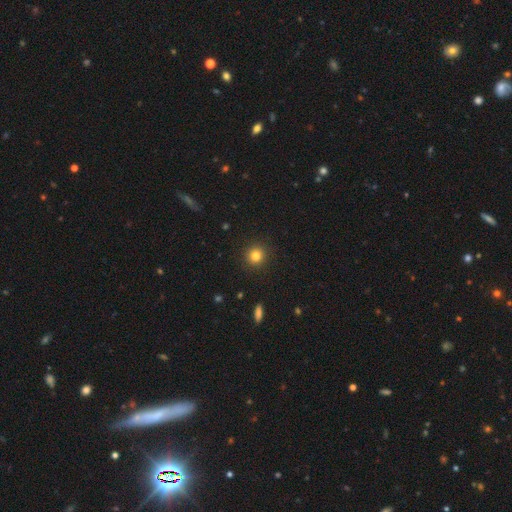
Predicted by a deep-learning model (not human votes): Q: Smooth or featured?
A: smooth (81%); runner-up: star or artifact (13%)
Q: How rounded?
A: round (93%); runner-up: in between (6%)
Q: Merging?
A: none (92%); runner-up: minor disturbance (5%)